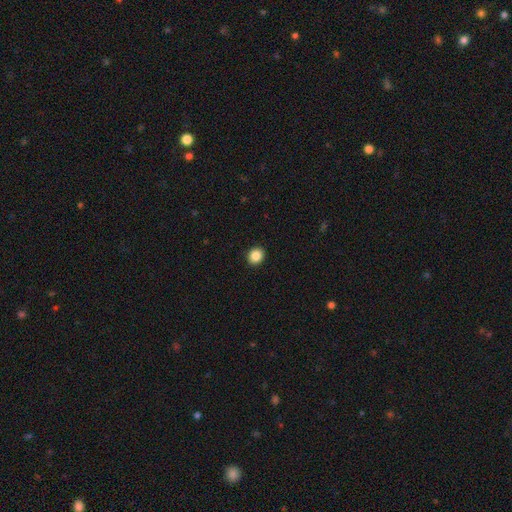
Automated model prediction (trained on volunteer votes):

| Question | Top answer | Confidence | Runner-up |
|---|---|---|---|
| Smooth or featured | smooth | 87% | star or artifact (9%) |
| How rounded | round | 76% | in between (23%) |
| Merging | none | 93% | minor disturbance (5%) |